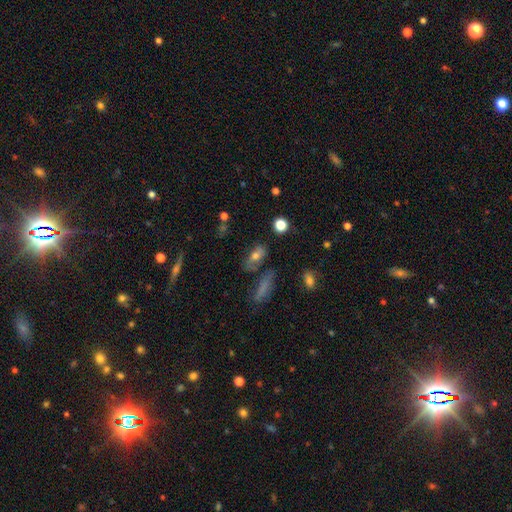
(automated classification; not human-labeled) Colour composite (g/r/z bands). It shows a smooth galaxy with no disk features (67%) that is in between round and cigar-shaped (77%). Merging: none (60%).